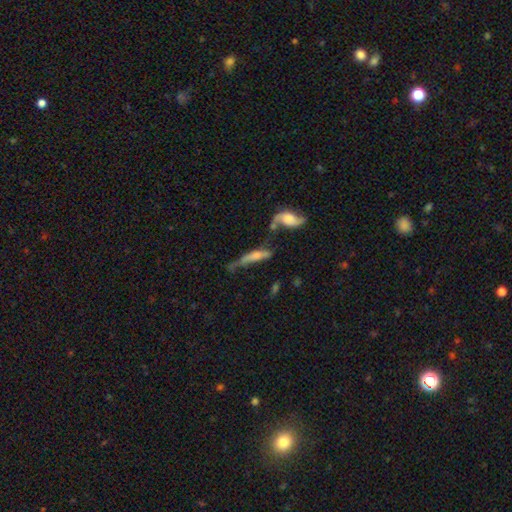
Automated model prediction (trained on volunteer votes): Smooth or featured? Predicted: featured or disk (p=0.47). Merging? Predicted: merger (p=0.30).